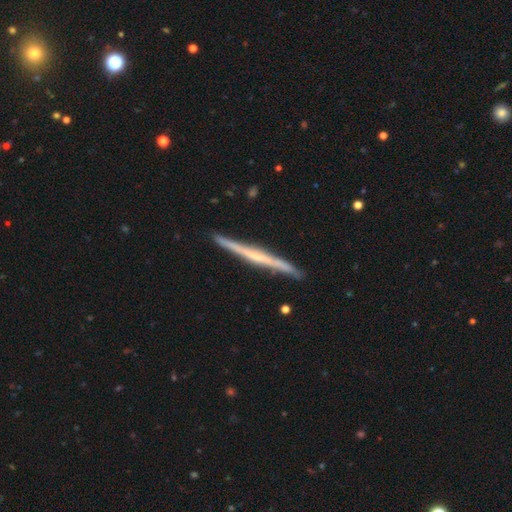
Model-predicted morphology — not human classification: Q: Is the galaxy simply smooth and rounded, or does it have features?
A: featured or disk — 72%.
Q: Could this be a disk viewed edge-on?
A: yes — 98%.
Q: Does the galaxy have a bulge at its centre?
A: none — 59%.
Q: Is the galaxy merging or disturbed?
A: none — 89%.